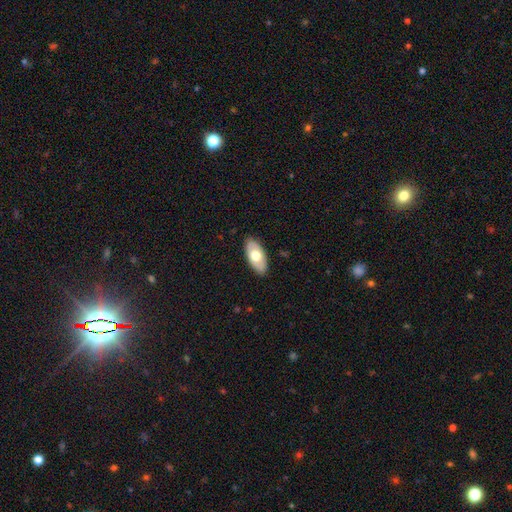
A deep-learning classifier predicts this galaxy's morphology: This appears to be a smooth galaxy with no disk features (61%) that is in between round and cigar-shaped (93%). Merging: none (87%).